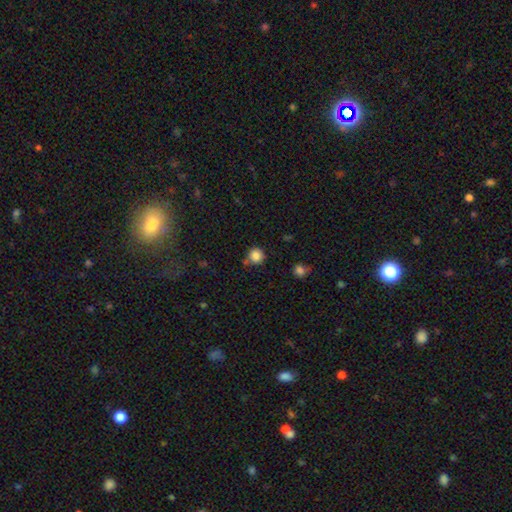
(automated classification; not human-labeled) Q: Smooth or featured?
A: smooth (85%); runner-up: star or artifact (11%)
Q: How rounded?
A: round (93%); runner-up: in between (6%)
Q: Merging?
A: none (75%); runner-up: minor disturbance (14%)